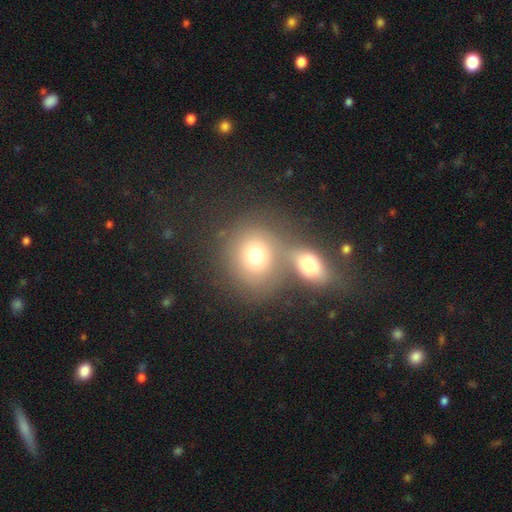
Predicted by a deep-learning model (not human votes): Smooth or featured: smooth — 70% (featured or disk — 19%)
How rounded: round — 74% (in between — 24%)
Merging: merger — 51% (none — 36%)